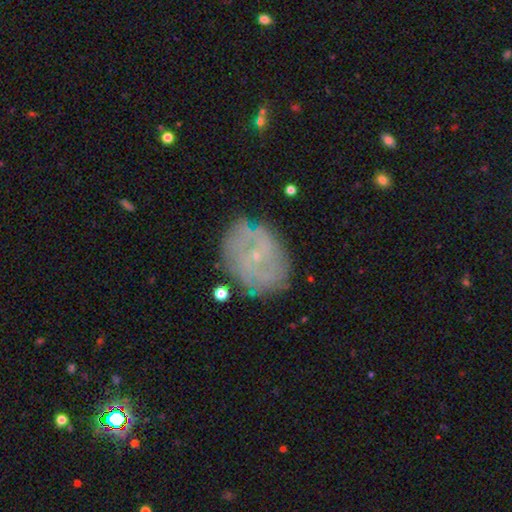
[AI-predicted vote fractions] A featured or disk galaxy (59%) with no bar (77%), spiral arms (61%) and a small central bulge (86%). Merging: none (74%).